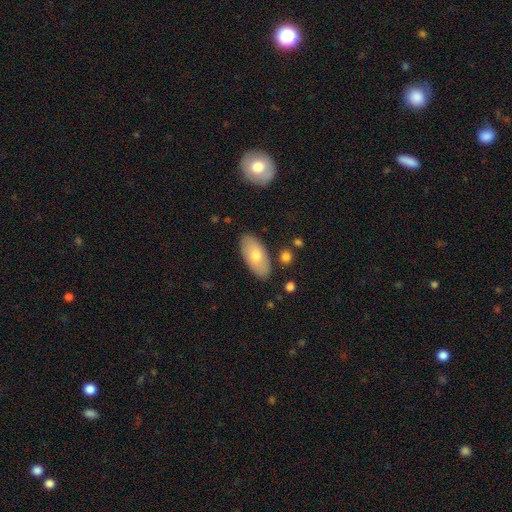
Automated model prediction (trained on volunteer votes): Q: Smooth or featured?
A: smooth (69%); runner-up: featured or disk (25%)
Q: How rounded?
A: in between (93%); runner-up: cigar-shaped (5%)
Q: Merging?
A: none (84%); runner-up: minor disturbance (11%)